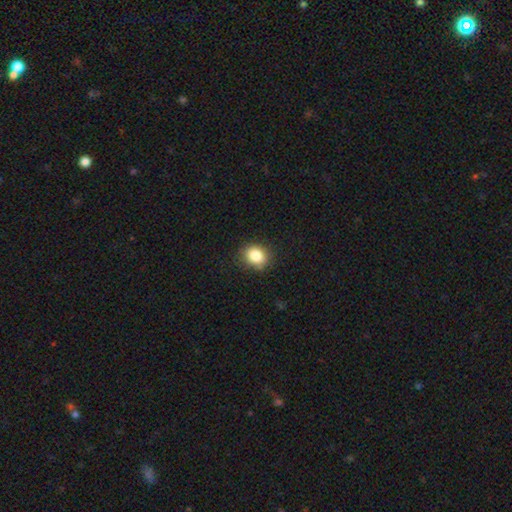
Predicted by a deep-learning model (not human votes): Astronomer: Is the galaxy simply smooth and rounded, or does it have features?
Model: smooth — 85%.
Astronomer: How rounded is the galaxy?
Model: round — 62%.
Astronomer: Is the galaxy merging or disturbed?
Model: none — 84%.